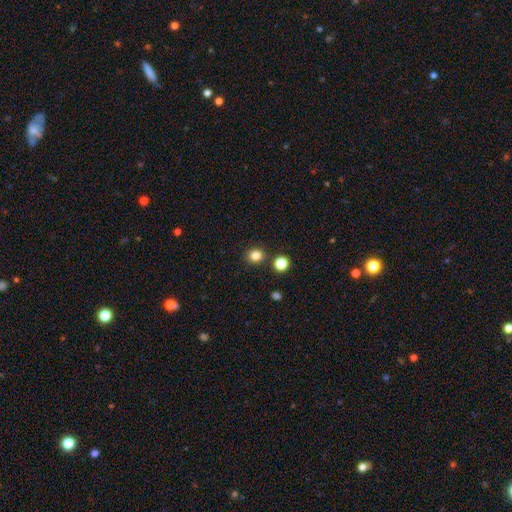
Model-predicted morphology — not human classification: A smooth galaxy with no disk features (82%) that is round (85%).

Vote fractions:
- Smooth or featured? smooth: 82% / star or artifact: 13% / featured or disk: 4%
- How rounded? round: 85% / in between: 14% / cigar-shaped: 1%
- Merging? none: 86% / minor disturbance: 6% / merger: 5% / major disturbance: 2%